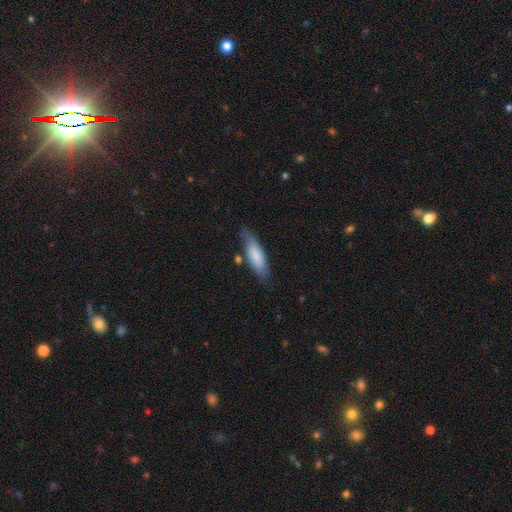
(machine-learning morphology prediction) A smooth galaxy with no disk features (78%) that is in between round and cigar-shaped (51%). Merging: none (70%).